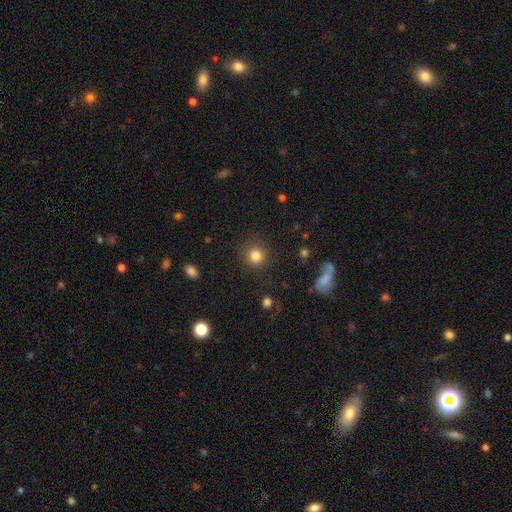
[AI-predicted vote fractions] A smooth galaxy with no disk features (83%) that is round (92%). Merging: none (88%).